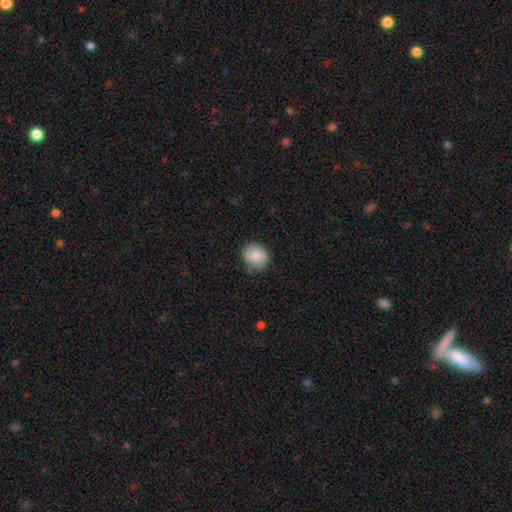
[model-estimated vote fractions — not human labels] smooth_or_featured: smooth (p=0.83) [alt: featured or disk p=0.10]
how_rounded: round (p=0.70) [alt: in between p=0.29]
merging: none (p=0.74) [alt: minor disturbance p=0.21]